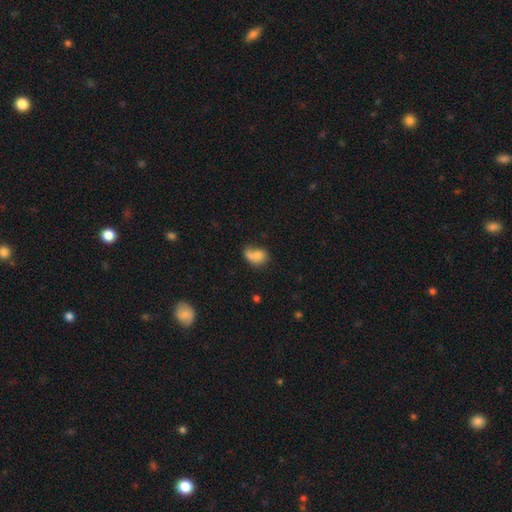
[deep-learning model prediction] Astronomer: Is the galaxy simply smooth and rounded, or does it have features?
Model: smooth — 72%.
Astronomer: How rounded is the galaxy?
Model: in between — 63%.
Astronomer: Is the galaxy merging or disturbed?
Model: merger — 41% (runner-up: none, 29%).